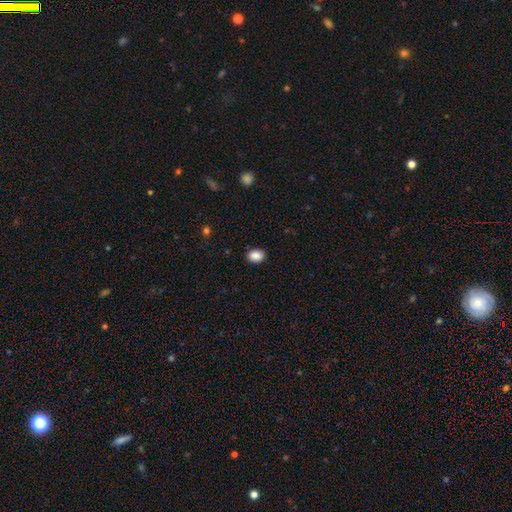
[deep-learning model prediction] Morphology: type=smooth (89%); roundness=in between (69%); merging=none (89%).